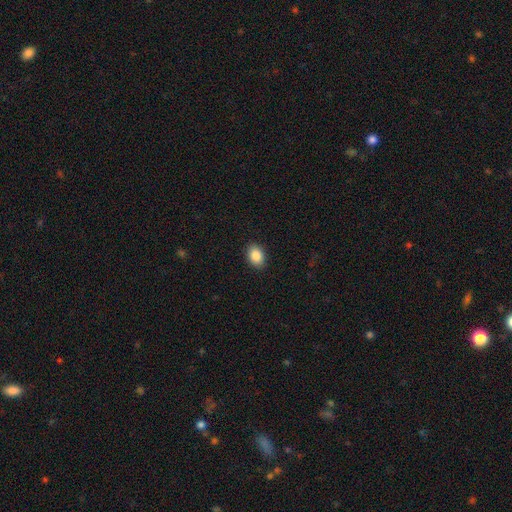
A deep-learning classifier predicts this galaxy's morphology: smooth_or_featured: smooth (p=0.88) [alt: star or artifact p=0.08]
how_rounded: in between (p=0.78) [alt: round p=0.21]
merging: none (p=0.90) [alt: minor disturbance p=0.07]